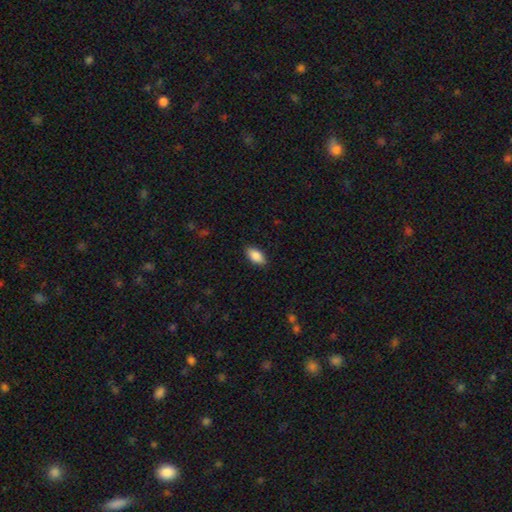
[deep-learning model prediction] Smooth or featured: smooth — 88% (star or artifact — 7%)
How rounded: in between — 92% (cigar-shaped — 5%)
Merging: none — 87% (minor disturbance — 10%)